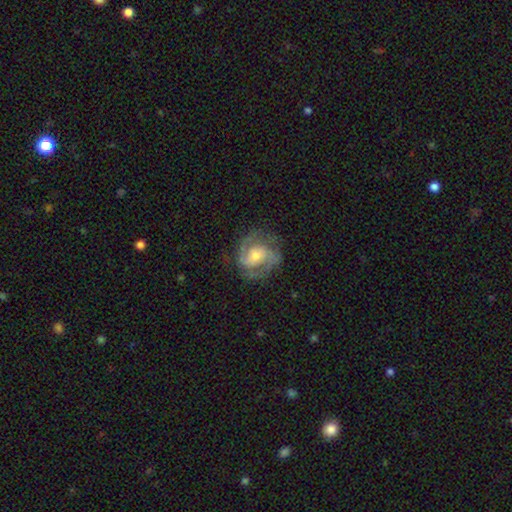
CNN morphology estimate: featured or disk 85%, smooth 10%, star or artifact 5%. Down the decision tree: edge-on disk — no (98%); bar — no (48%); spiral arms — yes (96%); spiral arm count — 2 (70%); spiral winding — medium (50%); bulge size — moderate (53%); merging — none (72%).